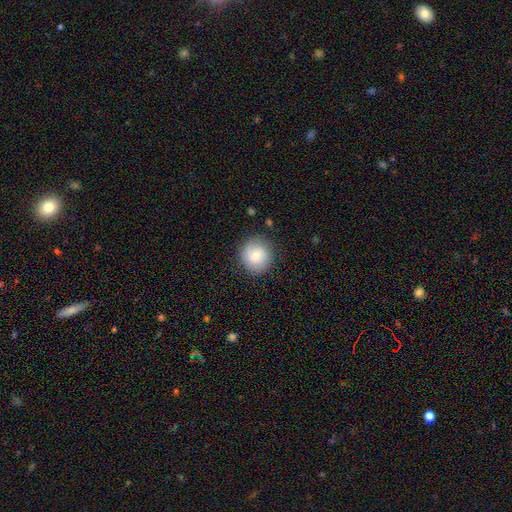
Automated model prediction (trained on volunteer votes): A smooth galaxy with no disk features (70%) that is round (91%). Merging: none (85%).